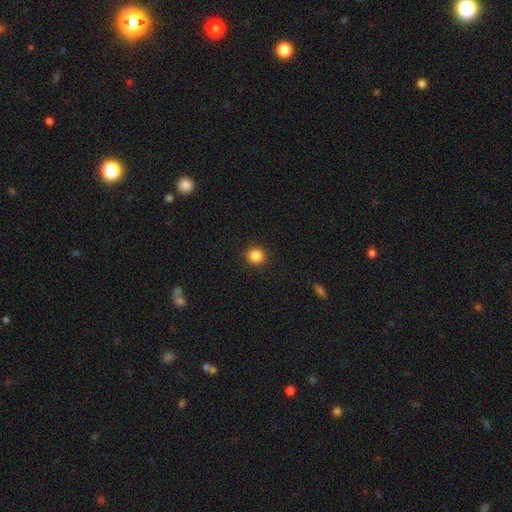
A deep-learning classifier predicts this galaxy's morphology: This is clearly a smooth galaxy (85%). How rounded: clearly round (94%). Merging: clearly none (92%).